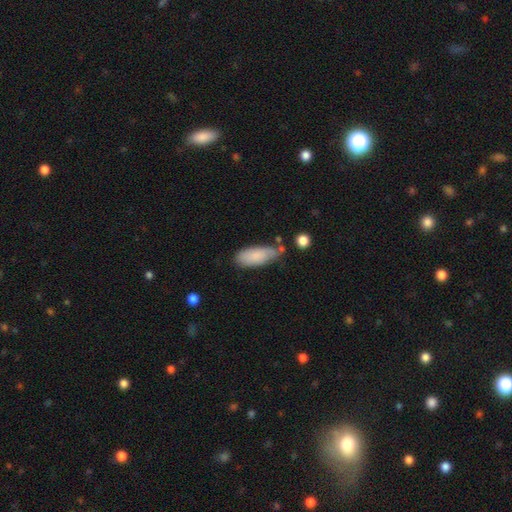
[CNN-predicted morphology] Smooth or featured? smooth (83%)
How rounded? in between (79%)
Merging? none (58%)